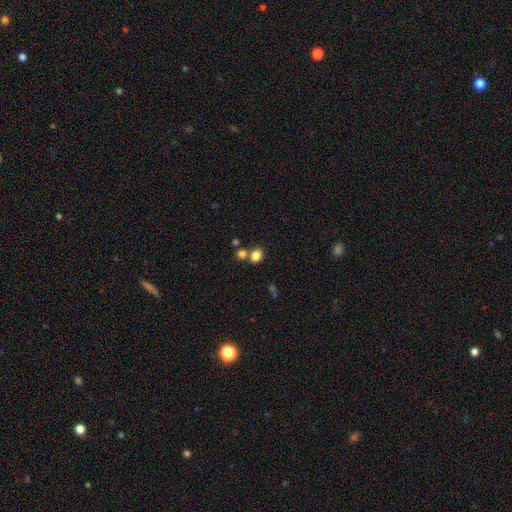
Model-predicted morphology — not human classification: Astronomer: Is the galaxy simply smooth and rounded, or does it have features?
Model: smooth — 82%.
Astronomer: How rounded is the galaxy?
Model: round — 59% (runner-up: in between, 40%).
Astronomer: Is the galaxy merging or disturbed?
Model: none — 62%.